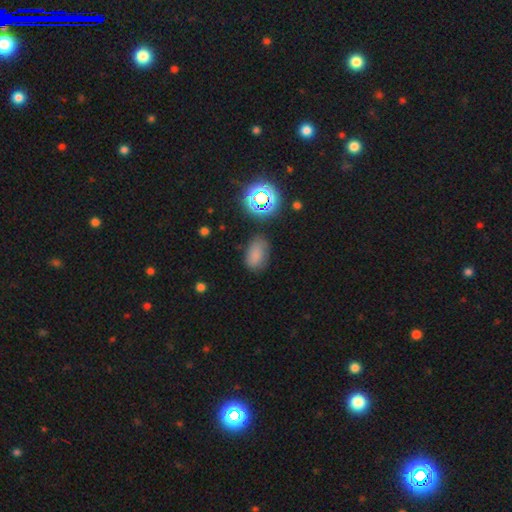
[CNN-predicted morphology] Overall: smooth (74%). How rounded: in between (87%). Merging: none (72%).